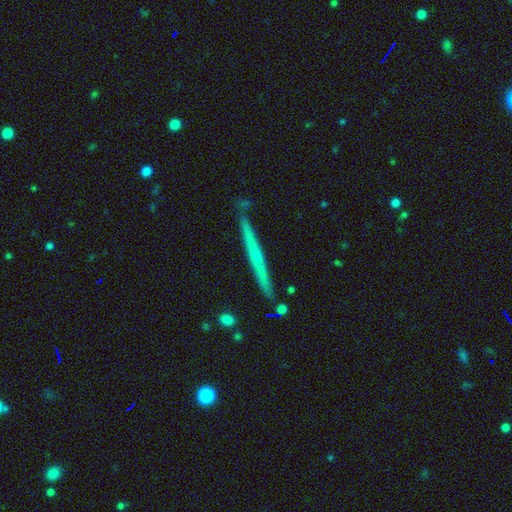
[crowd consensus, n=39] Smooth or featured: featured or disk — 62% (smooth — 31%)
Edge-on disk: yes — 92% (no — 8%)
Edge-on bulge: none — 59% (rounded — 41%)
Merging: none — 75% (minor disturbance — 19%)